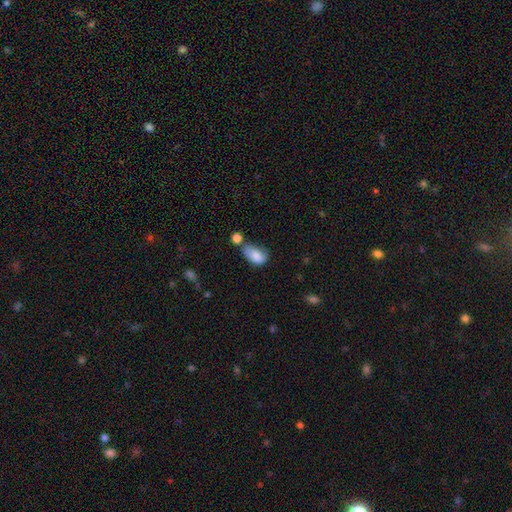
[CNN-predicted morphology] A smooth galaxy with no disk features (81%) that is in between round and cigar-shaped (91%).

Vote fractions:
- Smooth or featured? smooth: 81% / featured or disk: 11% / star or artifact: 8%
- How rounded? in between: 91% / round: 7% / cigar-shaped: 2%
- Merging? none: 35% / minor disturbance: 32% / merger: 21% / major disturbance: 13%